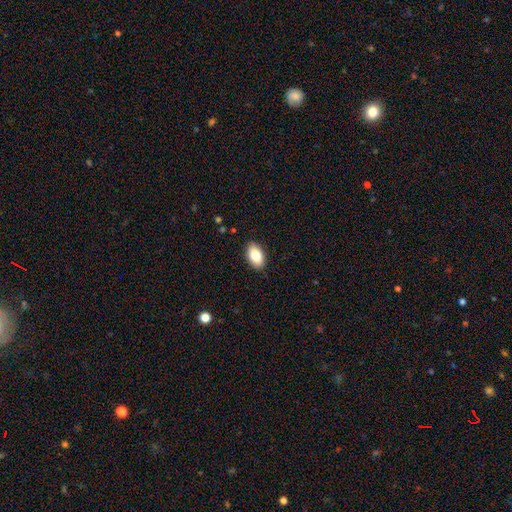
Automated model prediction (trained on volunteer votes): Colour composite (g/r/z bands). It shows a smooth galaxy with no disk features (82%) that is in between round and cigar-shaped (93%). Merging: none (89%).